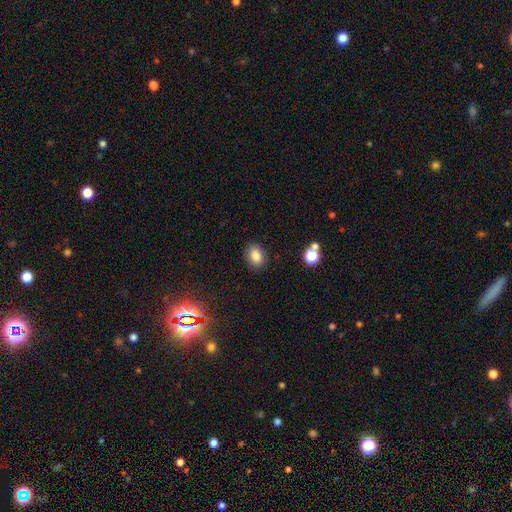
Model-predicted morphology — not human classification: A smooth galaxy with no disk features (84%) that is in between round and cigar-shaped (75%). Merging: none (87%).